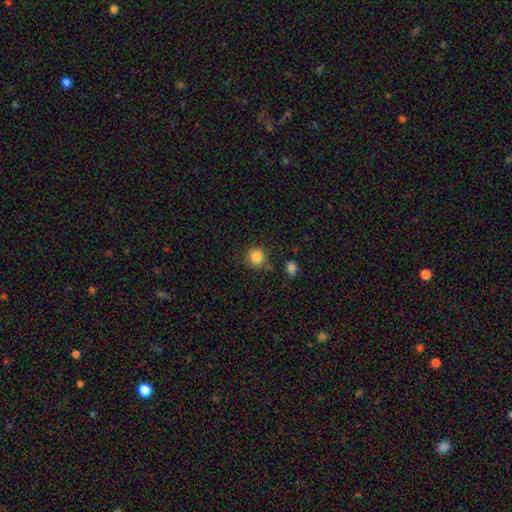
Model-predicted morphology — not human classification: Q: Smooth or featured?
A: smooth (86%); runner-up: star or artifact (10%)
Q: How rounded?
A: round (89%); runner-up: in between (10%)
Q: Merging?
A: none (79%); runner-up: minor disturbance (12%)